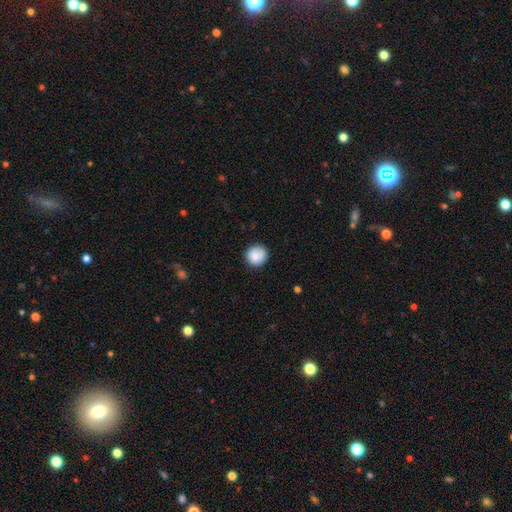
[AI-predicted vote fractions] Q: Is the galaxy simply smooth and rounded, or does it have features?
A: smooth — 84%.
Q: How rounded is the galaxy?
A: round — 93%.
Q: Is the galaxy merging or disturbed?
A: none — 85%.